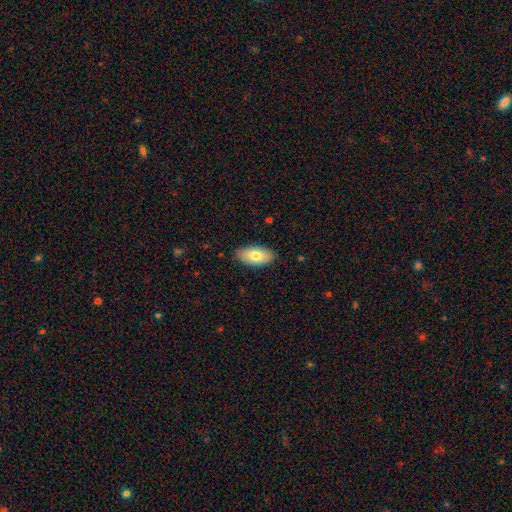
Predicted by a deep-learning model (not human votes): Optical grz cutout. It shows a smooth galaxy with no disk features (77%) that is in between round and cigar-shaped (93%). Merging: none (86%).